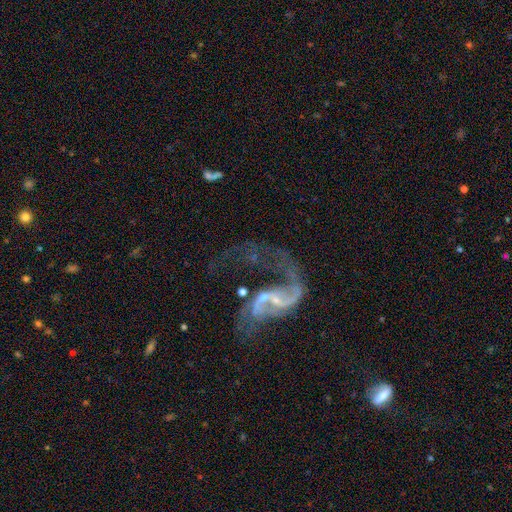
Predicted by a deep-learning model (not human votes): Q: Smooth or featured?
A: featured or disk (82%); runner-up: star or artifact (10%)
Q: Edge-on disk?
A: no (97%); runner-up: yes (3%)
Q: Bar?
A: no (44%); runner-up: weak (39%)
Q: Spiral arms?
A: yes (87%); runner-up: no (13%)
Q: Spiral winding?
A: loose (74%); runner-up: medium (20%)
Q: Spiral arm count?
A: 2 (64%); runner-up: 1 (27%)
Q: Bulge size?
A: small (55%); runner-up: none (26%)
Q: Merging?
A: major disturbance (42%); runner-up: none (32%)